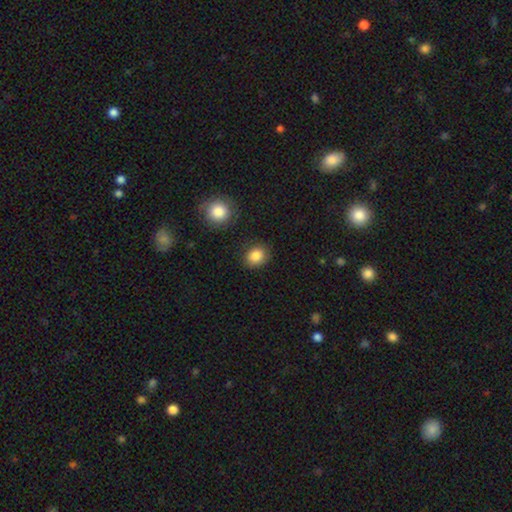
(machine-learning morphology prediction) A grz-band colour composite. It shows a smooth galaxy with no disk features (86%) that is round (67%). Merging: none (86%).